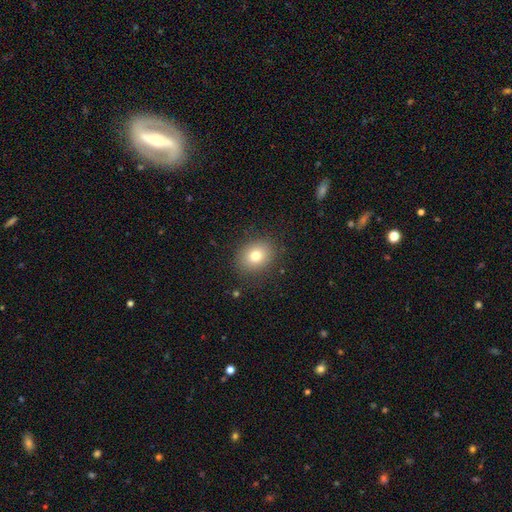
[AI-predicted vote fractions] This appears to be a smooth galaxy with no disk features (77%) that is round (52%). Merging: none (85%).